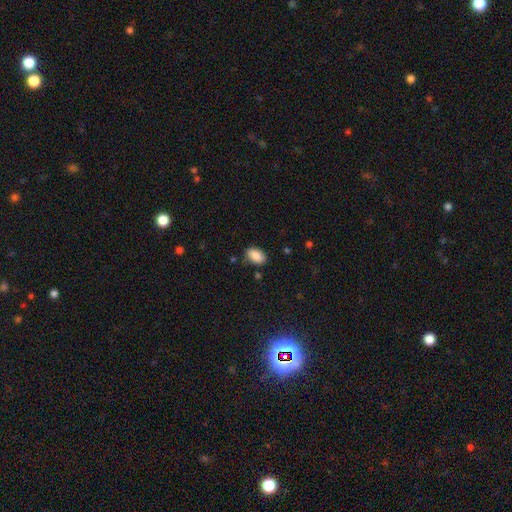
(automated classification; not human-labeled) smooth-or-featured: smooth: 88% | star or artifact: 7% | featured or disk: 4%
  how-rounded: in between: 91% | round: 7% | cigar-shaped: 2%
  merging: none: 81% | minor disturbance: 13% | major disturbance: 3% | merger: 2%